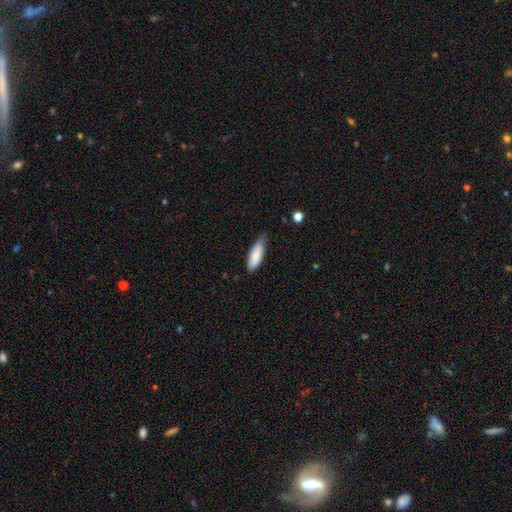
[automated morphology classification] This appears to be a smooth galaxy with no disk features (82%) that is in between round and cigar-shaped (56%). Merging: none (64%).